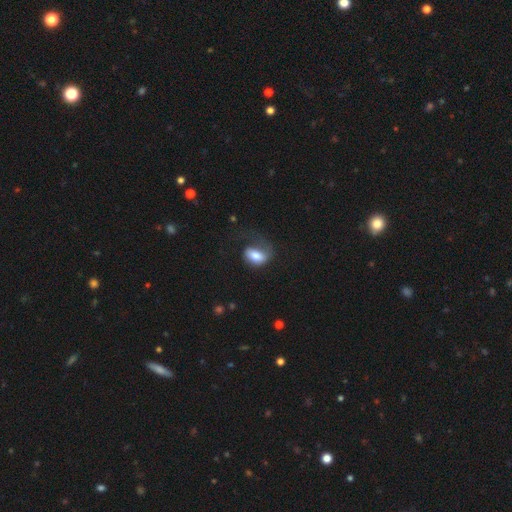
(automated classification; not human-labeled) The model was most divided on "merging": major disturbance: 43%, none: 32%, minor disturbance: 23%, merger: 2%. More confident: how rounded — in between (84%); smooth or featured — smooth (68%).